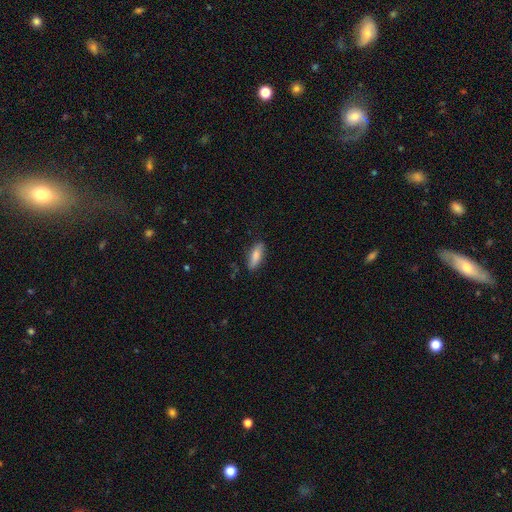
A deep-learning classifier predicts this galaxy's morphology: This appears to be a smooth galaxy with no disk features (81%) that is in between round and cigar-shaped (60%). Merging: none (81%).